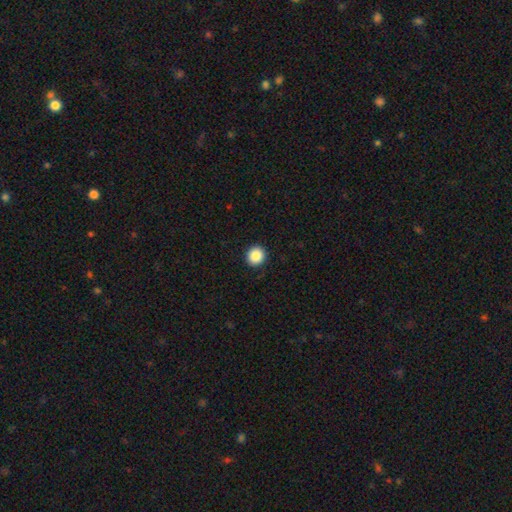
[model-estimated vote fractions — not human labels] A smooth galaxy with no disk features (88%) that is round (91%).

Vote fractions:
- Smooth or featured? smooth: 88% / star or artifact: 9% / featured or disk: 3%
- How rounded? round: 91% / in between: 8% / cigar-shaped: 1%
- Merging? none: 92% / minor disturbance: 5% / major disturbance: 2% / merger: 1%